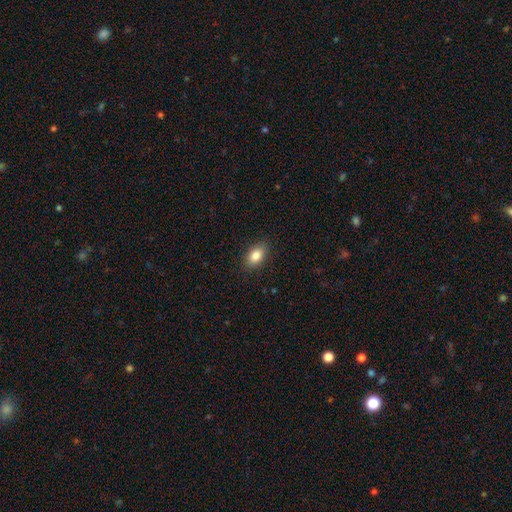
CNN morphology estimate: This appears to be a smooth galaxy with no disk features (84%) that is in between round and cigar-shaped (88%). Merging: none (87%).